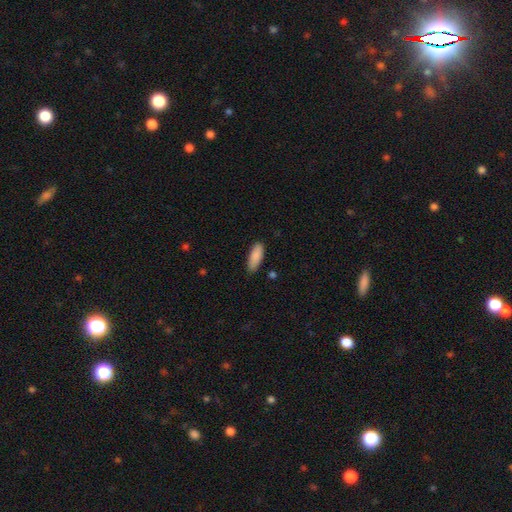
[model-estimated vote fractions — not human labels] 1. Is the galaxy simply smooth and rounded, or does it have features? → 89% smooth, 6% star or artifact, 5% featured or disk.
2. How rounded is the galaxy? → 67% in between, 31% cigar-shaped, 2% round.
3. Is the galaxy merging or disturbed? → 79% none, 17% minor disturbance, 3% major disturbance, 2% merger.